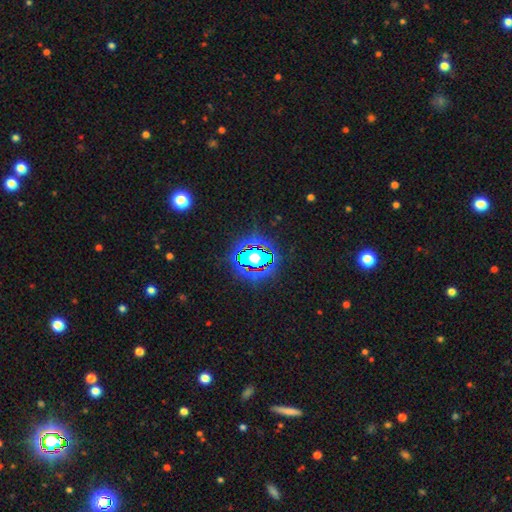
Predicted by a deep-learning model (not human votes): smooth-or-featured: star or artifact: 82% | smooth: 11% | featured or disk: 7%